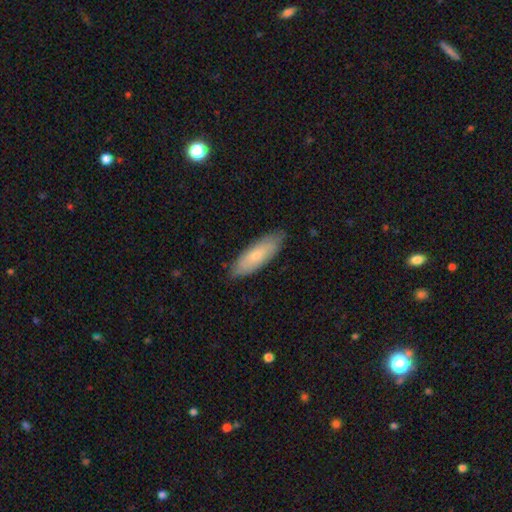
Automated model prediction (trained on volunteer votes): Smooth or featured?
  - smooth: 71% *
  - featured or disk: 24%
  - star or artifact: 5%
How rounded?
  - in between: 58% *
  - cigar-shaped: 40%
  - round: 2%
Merging?
  - none: 82% *
  - minor disturbance: 14%
  - major disturbance: 2%
  - merger: 1%